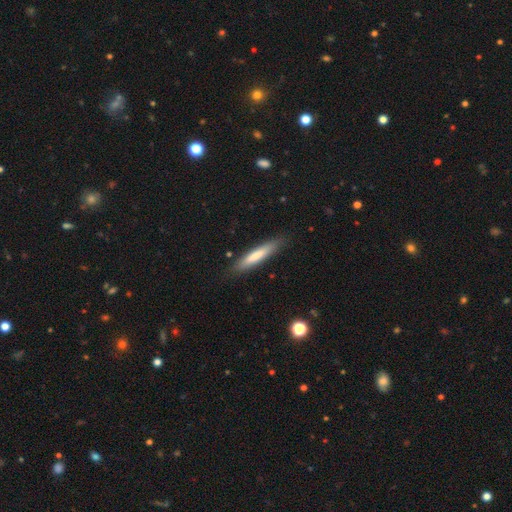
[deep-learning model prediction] The model was most divided on "smooth or featured": smooth: 67%, featured or disk: 27%, star or artifact: 6%. More confident: how rounded — cigar-shaped (90%); merging — none (87%).